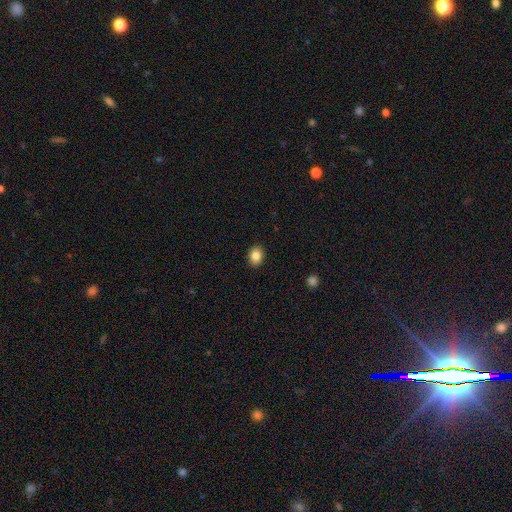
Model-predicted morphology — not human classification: smooth_or_featured: smooth (p=0.84) [alt: star or artifact p=0.09]
how_rounded: in between (p=0.59) [alt: round p=0.40]
merging: none (p=0.90) [alt: minor disturbance p=0.07]